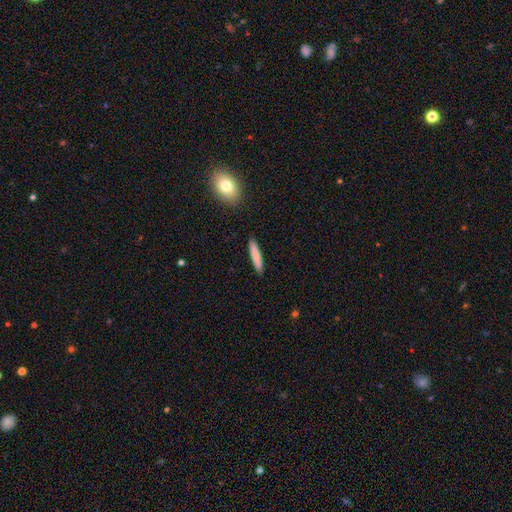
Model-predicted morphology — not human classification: The model was most divided on "smooth or featured": smooth: 80%, featured or disk: 14%, star or artifact: 6%. More confident: merging — none (90%); how rounded — cigar-shaped (90%).